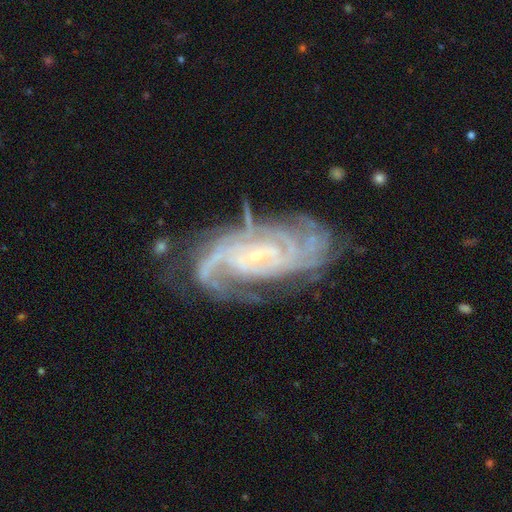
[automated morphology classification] This appears to be a featured or disk galaxy (89%) with no bar (57%), 2 (23%) tight (62%) spiral arms (98%) and a small central bulge (83%). Merging: none (67%).